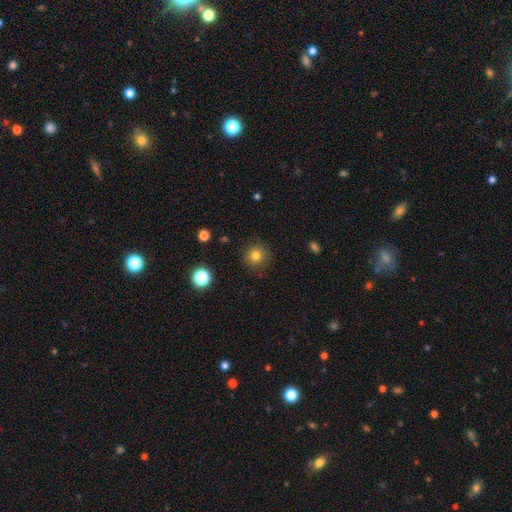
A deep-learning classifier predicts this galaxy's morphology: Smooth or featured? Predicted: smooth (p=0.80). How rounded? Predicted: round (p=0.94). Merging? Predicted: none (p=0.89).